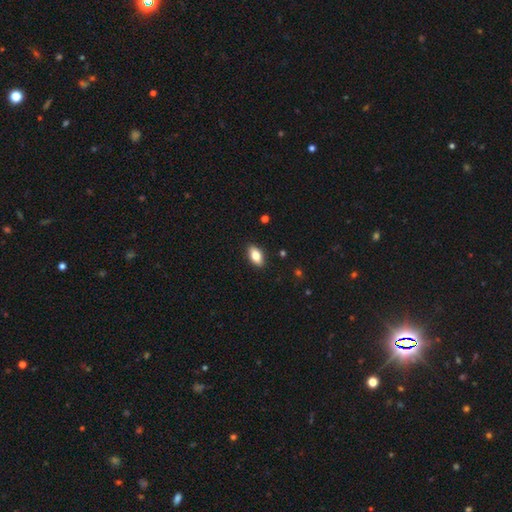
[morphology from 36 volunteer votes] Smooth or featured?
  - smooth: 86% *
  - featured or disk: 11%
  - star or artifact: 3%
How rounded?
  - in between: 90% *
  - round: 6%
  - cigar-shaped: 3%
Merging?
  - none: 83% *
  - minor disturbance: 11%
  - major disturbance: 6%
  - merger: 0%